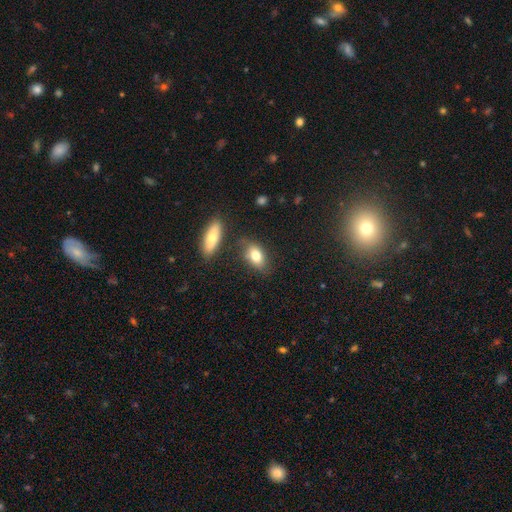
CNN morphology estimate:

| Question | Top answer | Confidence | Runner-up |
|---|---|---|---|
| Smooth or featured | smooth | 79% | featured or disk (13%) |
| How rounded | in between | 87% | round (9%) |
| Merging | none | 72% | minor disturbance (14%) |